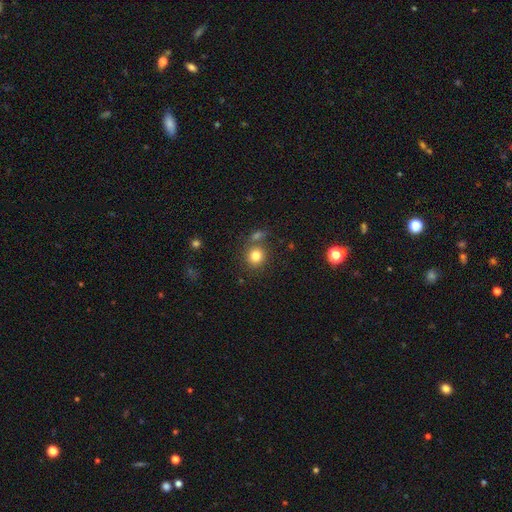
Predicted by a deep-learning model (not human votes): This is clearly a smooth galaxy (81%). How rounded: clearly round (85%). Merging: likely none (69%).